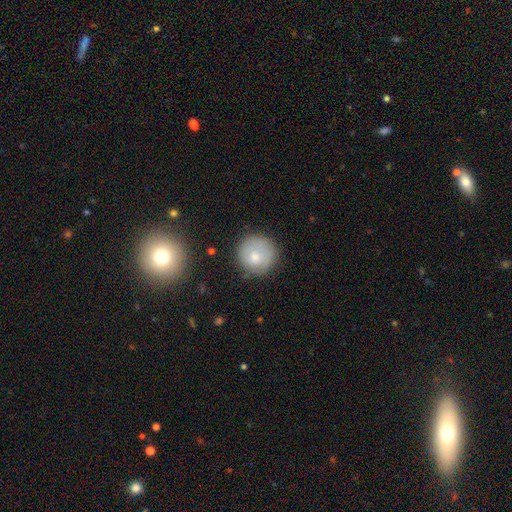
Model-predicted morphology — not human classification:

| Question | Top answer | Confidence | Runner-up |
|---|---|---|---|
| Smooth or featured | smooth | 74% | featured or disk (18%) |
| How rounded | round | 94% | in between (5%) |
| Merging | none | 79% | minor disturbance (15%) |